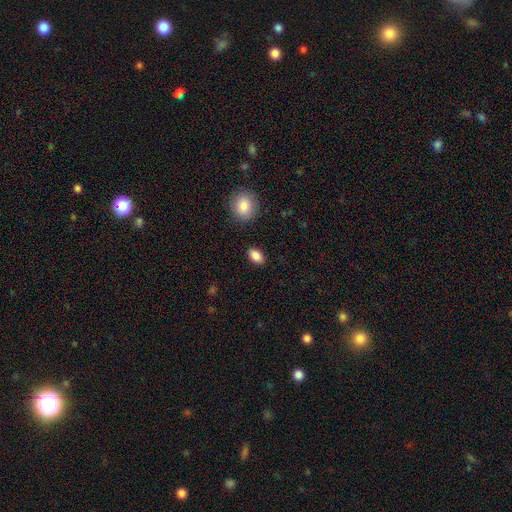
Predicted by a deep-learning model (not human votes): A smooth galaxy with no disk features (87%) that is in between round and cigar-shaped (88%). Merging: none (88%).